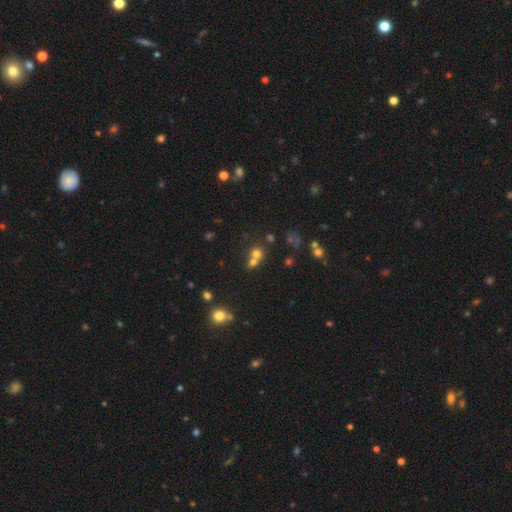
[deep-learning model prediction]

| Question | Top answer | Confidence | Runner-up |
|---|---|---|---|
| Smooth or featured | smooth | 63% | star or artifact (22%) |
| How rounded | round | 81% | in between (18%) |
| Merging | merger | 53% | none (38%) |